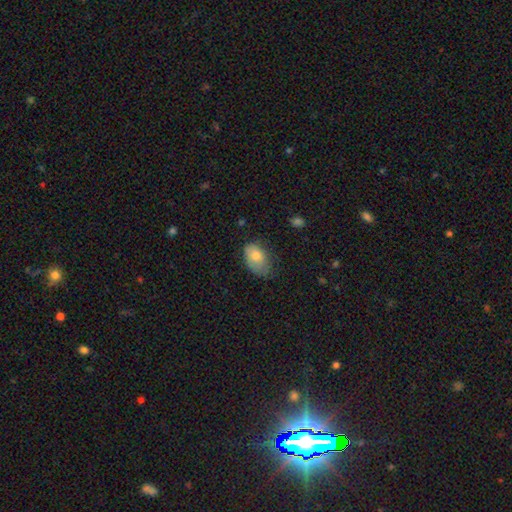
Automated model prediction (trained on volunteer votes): The model was most divided on "merging": none: 45%, minor disturbance: 40%, major disturbance: 13%, merger: 2%. More confident: how rounded — in between (89%); smooth or featured — smooth (78%).